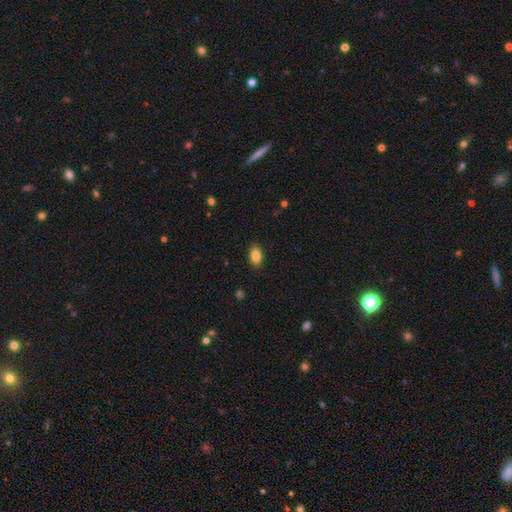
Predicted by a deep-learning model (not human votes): Smooth or featured? Predicted: smooth (p=0.85). How rounded? Predicted: in between (p=0.90). Merging? Predicted: none (p=0.88).